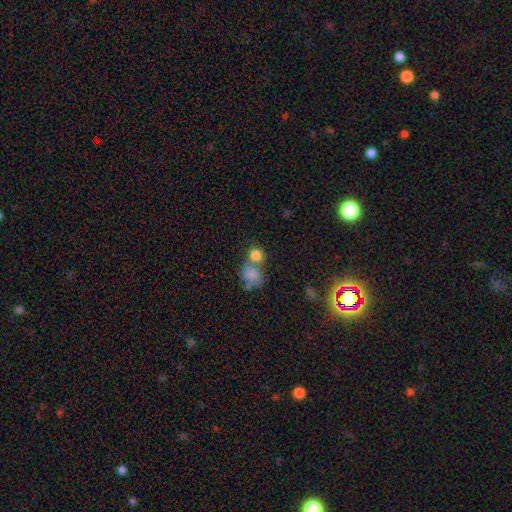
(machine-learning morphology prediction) A smooth galaxy with no disk features (81%) that is round (78%).

Vote fractions:
- Smooth or featured? smooth: 81% / star or artifact: 10% / featured or disk: 9%
- How rounded? round: 78% / in between: 21% / cigar-shaped: 1%
- Merging? merger: 47% / none: 40% / minor disturbance: 8% / major disturbance: 5%